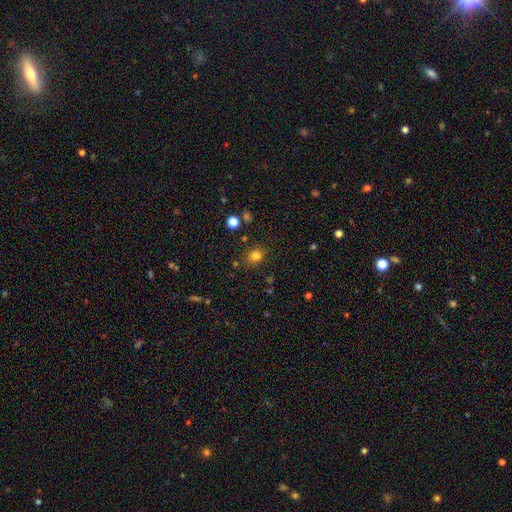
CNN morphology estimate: smooth 79%, star or artifact 16%, featured or disk 6%. Down the decision tree: how rounded — round (64%); merging — none (77%).